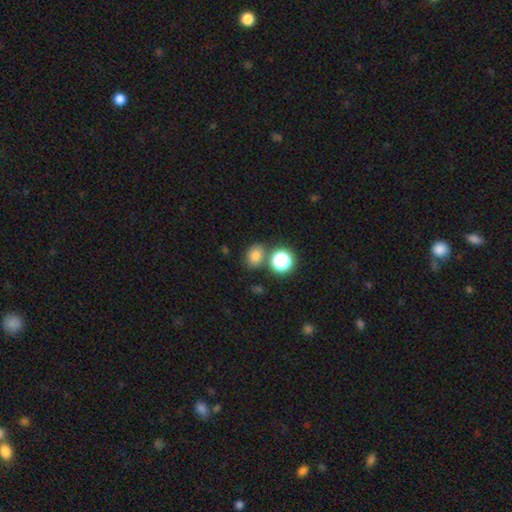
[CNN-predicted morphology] A smooth galaxy with no disk features (75%) that is round (52%).

Vote fractions:
- Smooth or featured? smooth: 75% / star or artifact: 18% / featured or disk: 8%
- How rounded? round: 52% / in between: 48% / cigar-shaped: 1%
- Merging? none: 73% / merger: 12% / minor disturbance: 11% / major disturbance: 4%